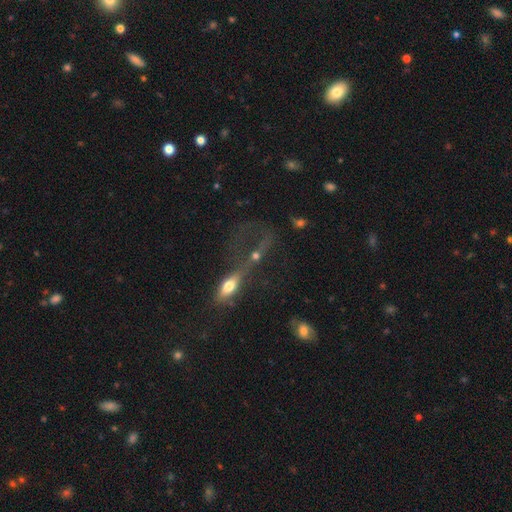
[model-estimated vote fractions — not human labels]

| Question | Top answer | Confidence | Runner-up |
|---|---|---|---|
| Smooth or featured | smooth | 40% | featured or disk (39%) |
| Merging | major disturbance | 33% | merger (28%) |